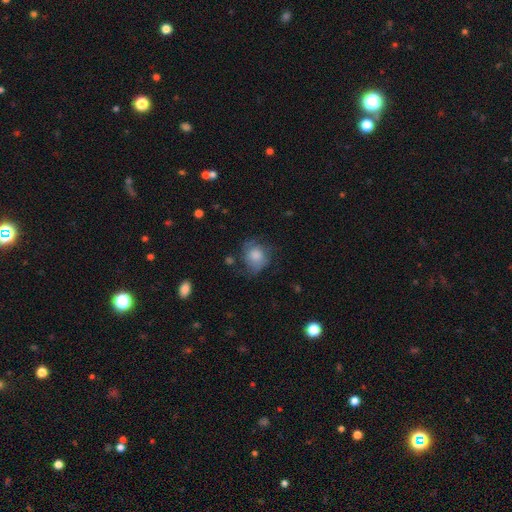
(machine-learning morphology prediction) Smooth or featured? smooth (71%)
How rounded? round (74%)
Merging? none (53%)